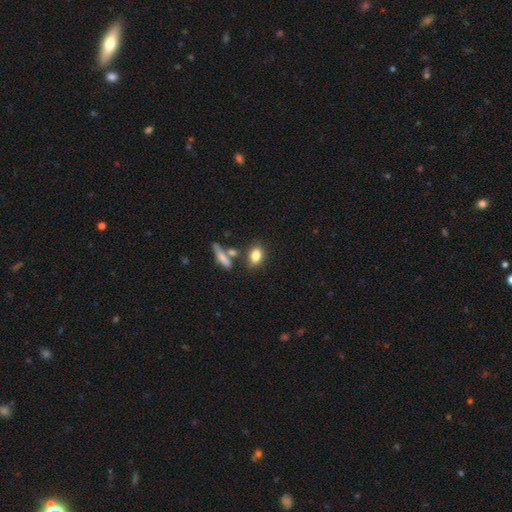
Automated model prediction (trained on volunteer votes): smooth-or-featured: smooth: 80% | featured or disk: 11% | star or artifact: 9%
  how-rounded: in between: 77% | round: 16% | cigar-shaped: 7%
  merging: none: 67% | merger: 15% | minor disturbance: 13% | major disturbance: 4%